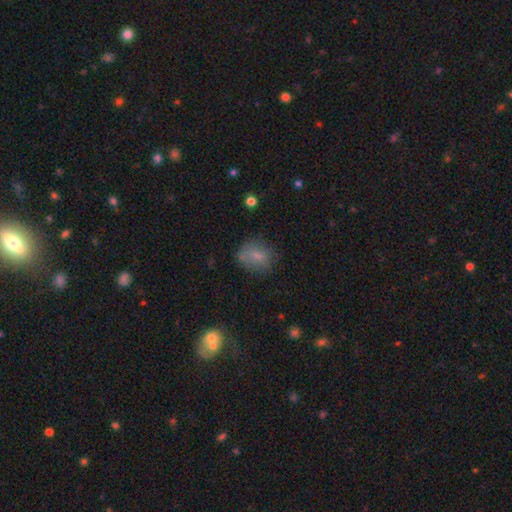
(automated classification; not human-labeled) This is likely a smooth galaxy (72%). How rounded: possibly round (52%). Merging: likely none (65%).